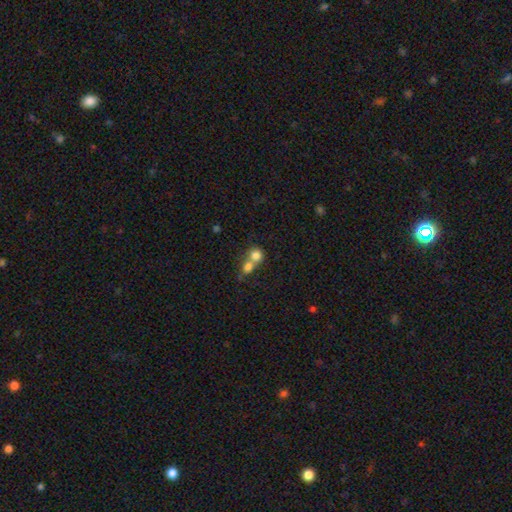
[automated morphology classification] Smooth or featured? Predicted: smooth (p=0.77). How rounded? Predicted: round (p=0.82). Merging? Predicted: merger (p=0.64).